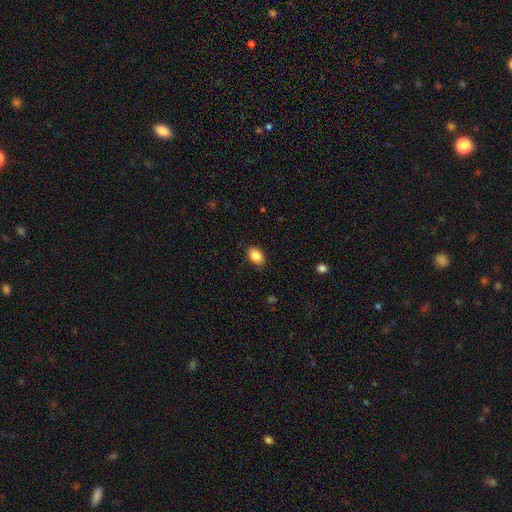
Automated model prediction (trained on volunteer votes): Overall: smooth (86%). How rounded: in between (85%). Merging: none (87%).